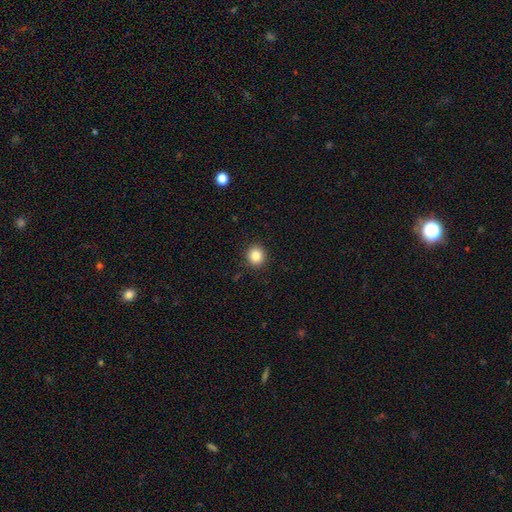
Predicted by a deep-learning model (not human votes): Smooth or featured? Predicted: smooth (p=0.85). How rounded? Predicted: round (p=0.87). Merging? Predicted: none (p=0.91).